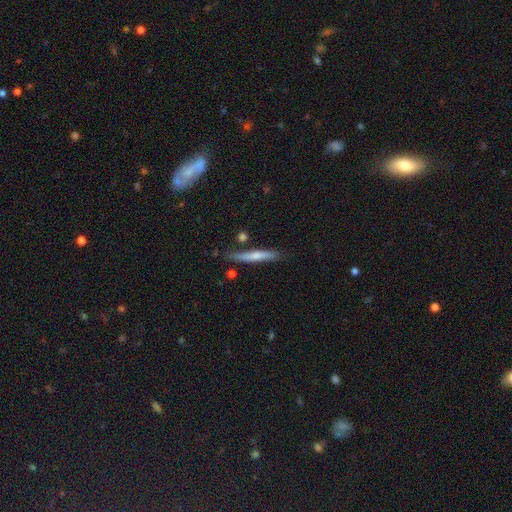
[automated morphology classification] Smooth or featured? Predicted: smooth (p=0.55). How rounded? Predicted: cigar-shaped (p=0.93). Merging? Predicted: none (p=0.80).